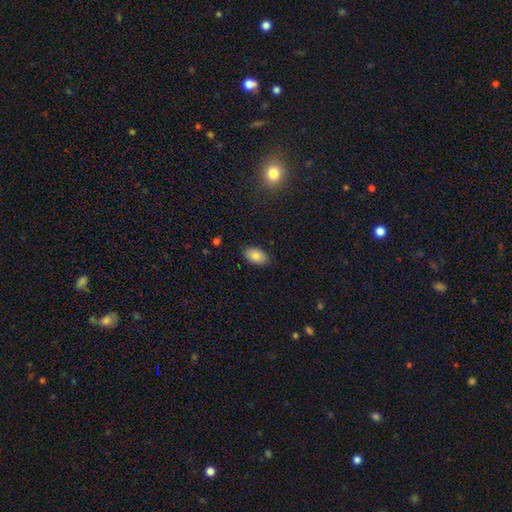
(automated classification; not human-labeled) smooth 83%, star or artifact 9%, featured or disk 9%. Down the decision tree: how rounded — in between (92%); merging — none (86%).